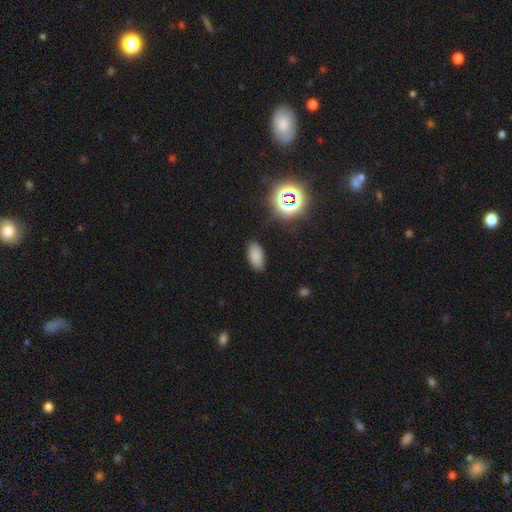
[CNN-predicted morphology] A smooth galaxy with no disk features (79%) that is in between round and cigar-shaped (93%). Merging: none (87%).